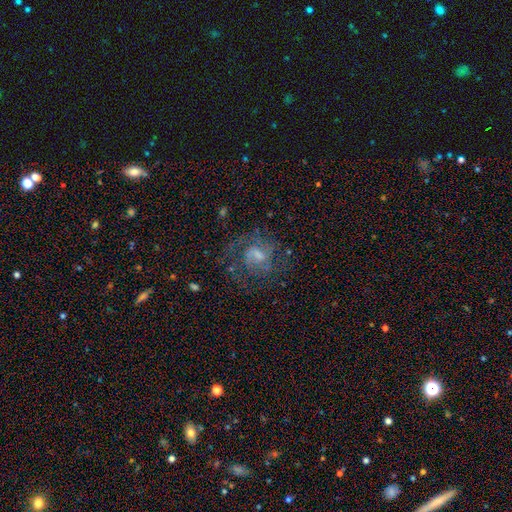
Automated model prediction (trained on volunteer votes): Q: Smooth or featured?
A: featured or disk (63%); runner-up: star or artifact (21%)
Q: Edge-on disk?
A: no (97%); runner-up: yes (3%)
Q: Bar?
A: weak (45%); runner-up: no (43%)
Q: Spiral arms?
A: yes (89%); runner-up: no (11%)
Q: Spiral winding?
A: tight (44%); runner-up: medium (43%)
Q: Spiral arm count?
A: 2 (46%); runner-up: can't tell (29%)
Q: Bulge size?
A: small (44%); runner-up: moderate (38%)
Q: Merging?
A: none (73%); runner-up: minor disturbance (14%)